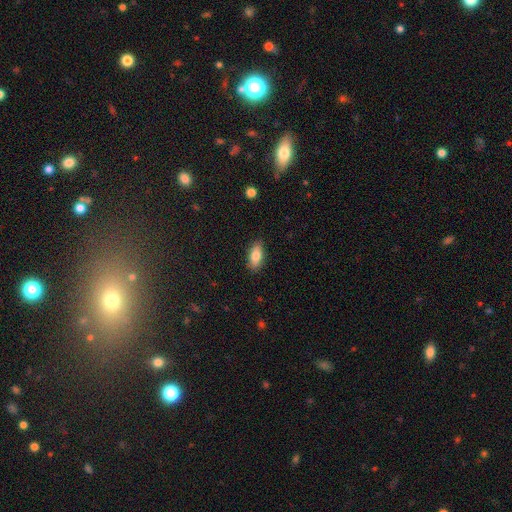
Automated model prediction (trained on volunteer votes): Smooth or featured? Predicted: smooth (p=0.81). How rounded? Predicted: in between (p=0.88). Merging? Predicted: none (p=0.86).